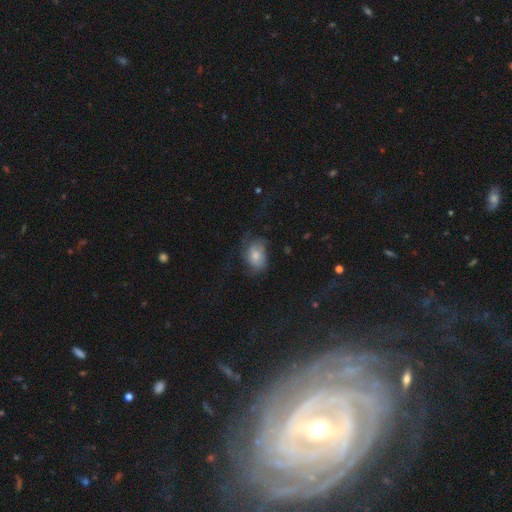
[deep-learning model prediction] Smooth or featured: smooth — 59% (featured or disk — 31%)
How rounded: in between — 76% (round — 23%)
Merging: none — 42% (major disturbance — 30%)